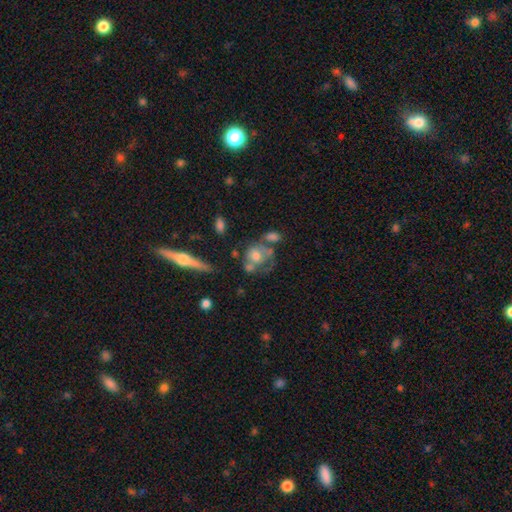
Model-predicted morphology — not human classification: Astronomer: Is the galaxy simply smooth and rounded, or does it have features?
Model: smooth — 50% (runner-up: featured or disk, 40%).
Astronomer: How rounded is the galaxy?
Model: round — 56% (runner-up: in between, 42%).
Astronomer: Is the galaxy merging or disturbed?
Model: merger — 31% (runner-up: none, 28%).